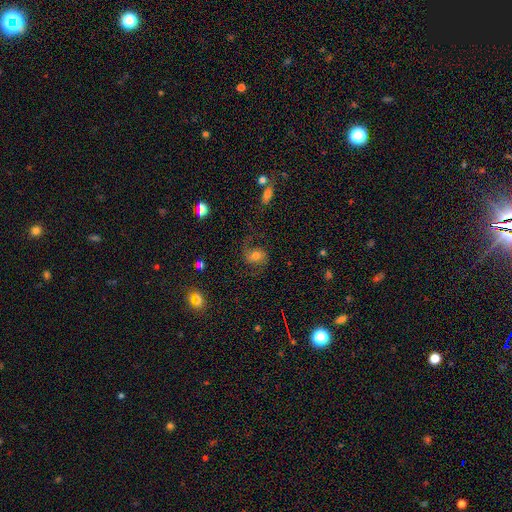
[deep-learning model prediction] This is likely a featured or disk galaxy (61%). It is clearly not viewed edge-on (97%). Bar: possibly no (51%). Spiral arm pattern: clearly yes (92%). Spiral arm count: clearly 2 (89%). Spiral winding: possibly loose (47%). Central bulge: likely moderate (61%). Merging: likely none (69%).